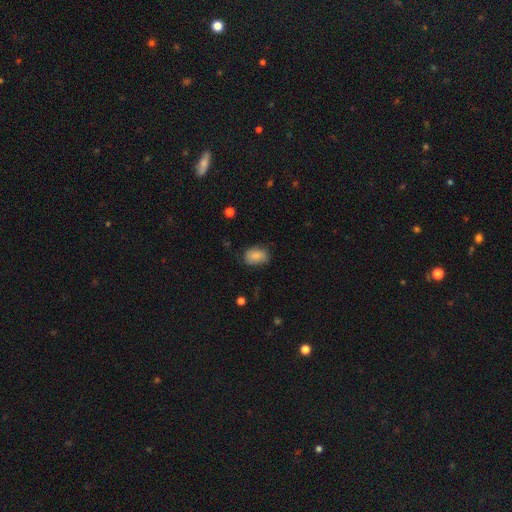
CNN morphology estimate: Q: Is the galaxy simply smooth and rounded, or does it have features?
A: smooth — 84%.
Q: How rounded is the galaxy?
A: in between — 80%.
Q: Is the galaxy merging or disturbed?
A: none — 71%.